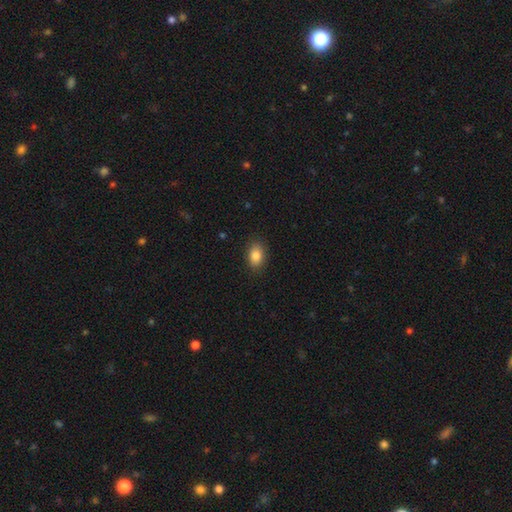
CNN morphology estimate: This is clearly a smooth galaxy (85%). How rounded: clearly in between (84%). Merging: clearly none (87%).